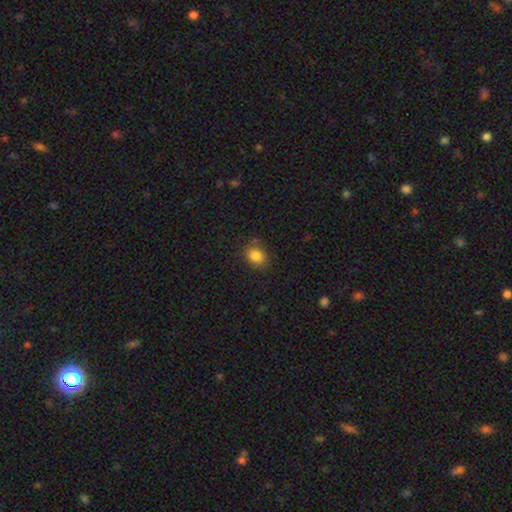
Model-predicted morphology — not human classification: This is clearly a smooth galaxy (84%). How rounded: possibly in between (53%). Merging: likely none (76%).